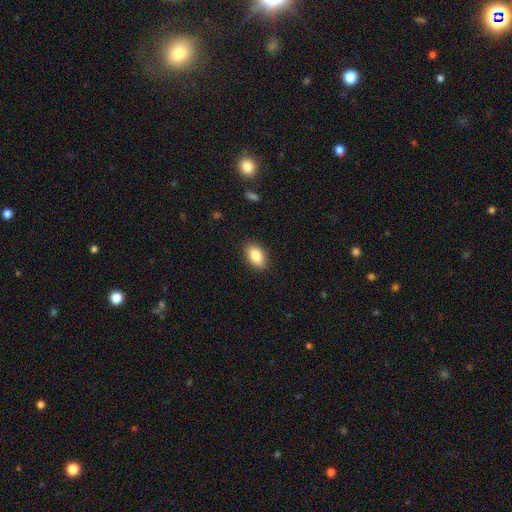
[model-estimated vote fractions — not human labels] Q: Smooth or featured?
A: smooth (85%); runner-up: featured or disk (7%)
Q: How rounded?
A: in between (91%); runner-up: round (7%)
Q: Merging?
A: none (89%); runner-up: minor disturbance (8%)